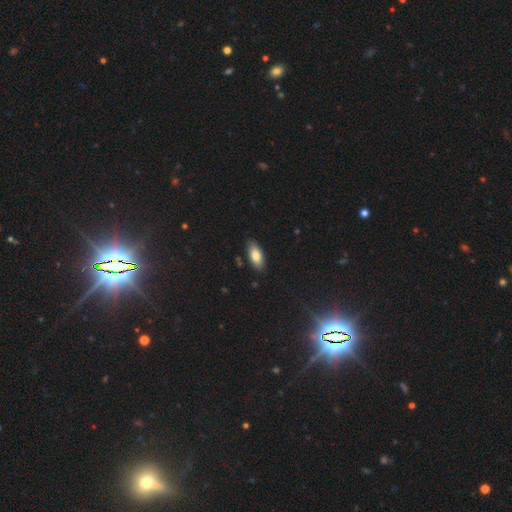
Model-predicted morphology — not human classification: Overall: smooth (80%). How rounded: in between (87%). Merging: none (86%).